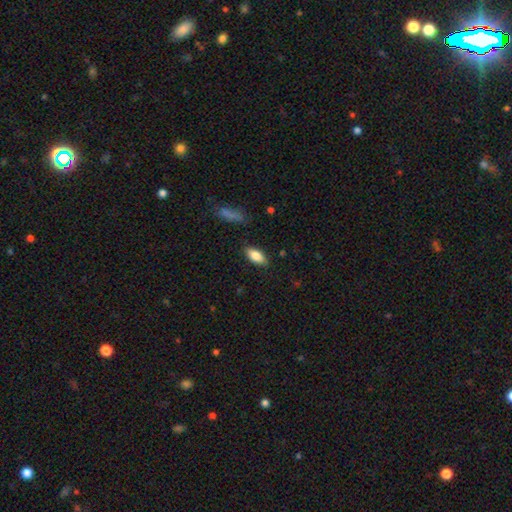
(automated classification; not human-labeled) A smooth galaxy with no disk features (82%) that is in between round and cigar-shaped (87%).

Vote fractions:
- Smooth or featured? smooth: 82% / featured or disk: 11% / star or artifact: 7%
- How rounded? in between: 87% / cigar-shaped: 10% / round: 3%
- Merging? none: 85% / minor disturbance: 11% / major disturbance: 3% / merger: 2%